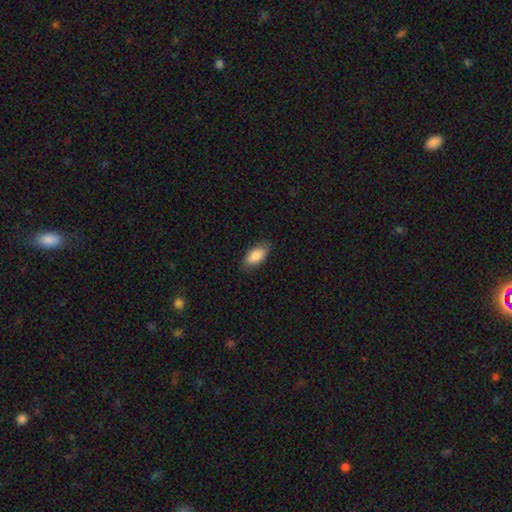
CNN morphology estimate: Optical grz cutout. It shows a smooth galaxy with no disk features (88%) that is in between round and cigar-shaped (91%). Merging: none (83%).